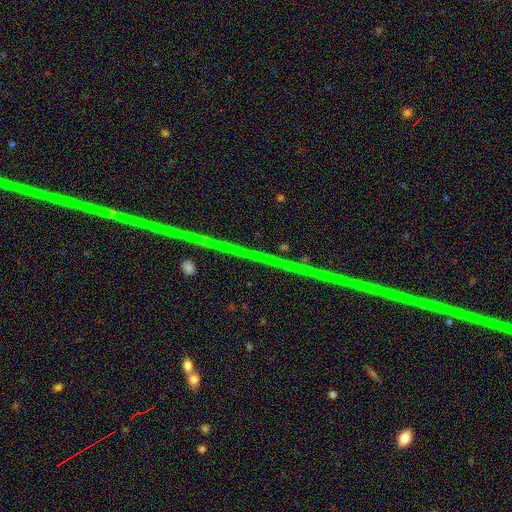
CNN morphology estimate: This appears to be a star or artifact, not a galaxy (75%).